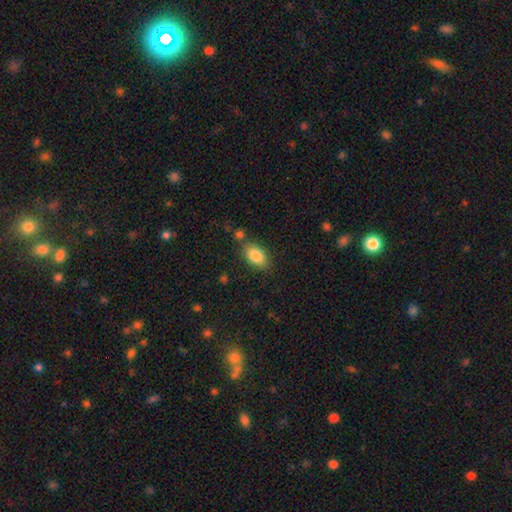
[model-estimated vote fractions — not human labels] This appears to be a smooth galaxy with no disk features (85%) that is in between round and cigar-shaped (90%). Merging: none (74%).